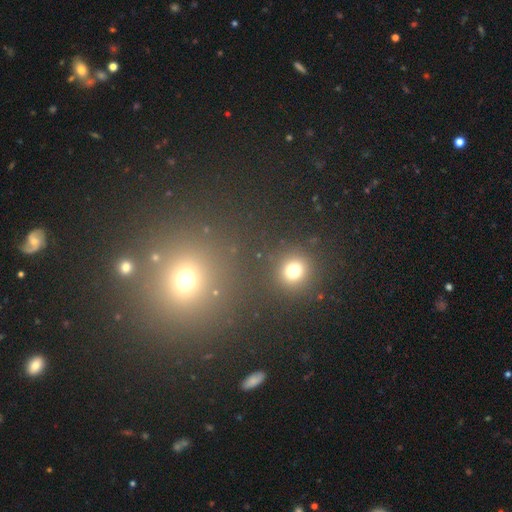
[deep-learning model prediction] smooth 48%, star or artifact 44%, featured or disk 9%. Down the decision tree: merging — none (82%).